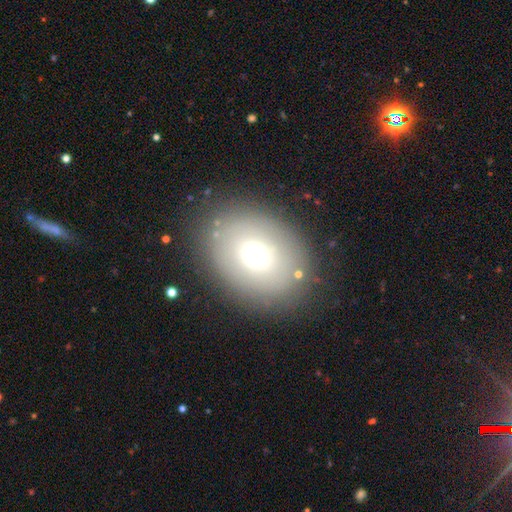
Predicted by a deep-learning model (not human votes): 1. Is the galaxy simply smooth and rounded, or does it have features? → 66% smooth, 18% featured or disk, 16% star or artifact.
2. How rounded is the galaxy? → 51% in between, 48% round, 1% cigar-shaped.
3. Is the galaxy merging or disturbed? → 83% none, 9% minor disturbance, 5% major disturbance, 2% merger.